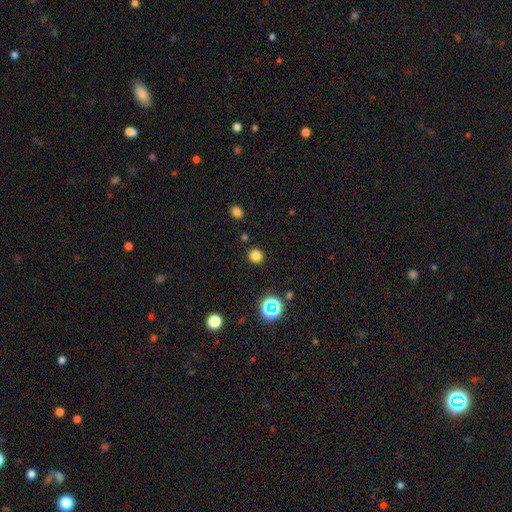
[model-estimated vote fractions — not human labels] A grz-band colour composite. It shows a smooth galaxy with no disk features (78%) that is round (92%). Merging: none (90%).